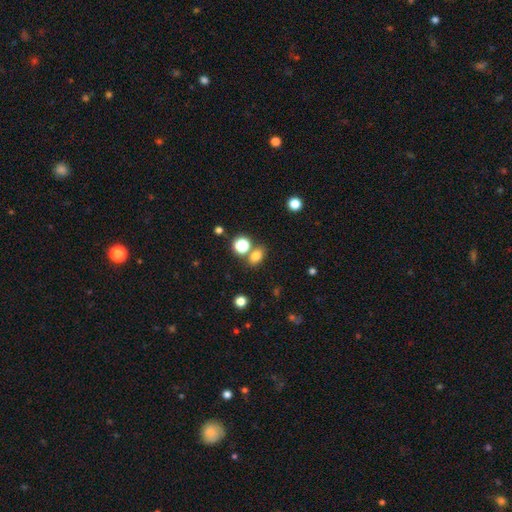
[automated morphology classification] This appears to be a smooth galaxy with no disk features (77%) that is in between round and cigar-shaped (65%). Merging: none (67%).